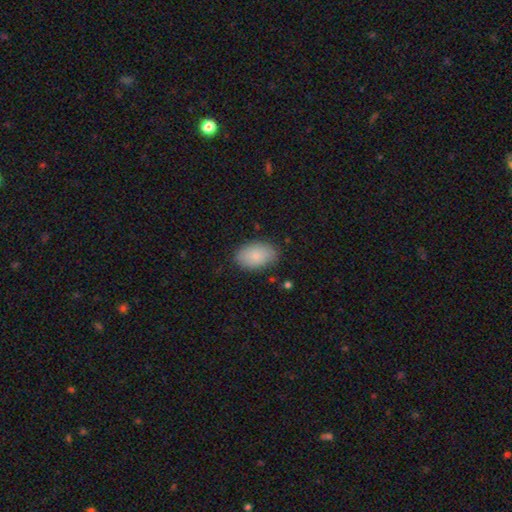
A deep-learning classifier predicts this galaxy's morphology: This appears to be a smooth galaxy with no disk features (84%) that is in between round and cigar-shaped (92%). Merging: none (84%).